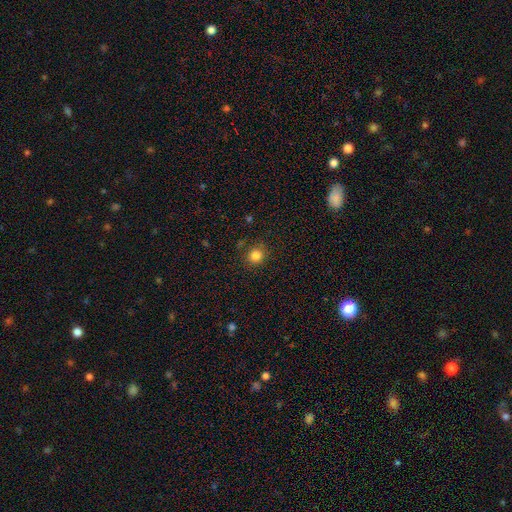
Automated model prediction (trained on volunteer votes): smooth_or_featured: smooth (p=0.83) [alt: star or artifact p=0.12]
how_rounded: round (p=0.89) [alt: in between p=0.10]
merging: none (p=0.88) [alt: minor disturbance p=0.08]